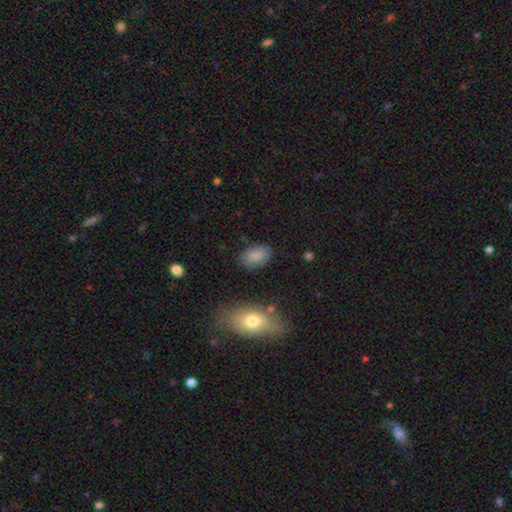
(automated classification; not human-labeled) A smooth galaxy with no disk features (85%) that is in between round and cigar-shaped (91%).

Vote fractions:
- Smooth or featured? smooth: 85% / star or artifact: 8% / featured or disk: 7%
- How rounded? in between: 91% / round: 7% / cigar-shaped: 2%
- Merging? none: 81% / minor disturbance: 14% / major disturbance: 3% / merger: 2%